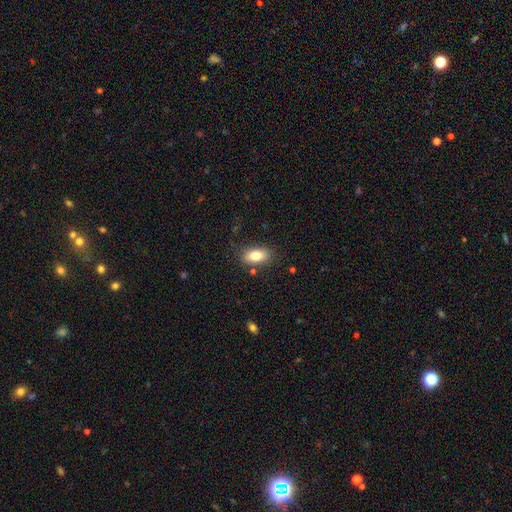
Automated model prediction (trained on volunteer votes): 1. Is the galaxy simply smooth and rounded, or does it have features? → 81% smooth, 12% featured or disk, 8% star or artifact.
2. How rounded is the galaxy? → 89% in between, 6% round, 5% cigar-shaped.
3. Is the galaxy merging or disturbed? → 82% none, 12% minor disturbance, 3% major disturbance, 3% merger.